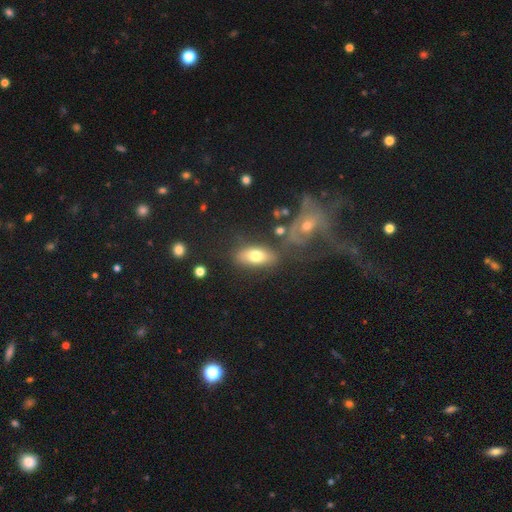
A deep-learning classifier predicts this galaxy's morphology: type=smooth (68%); roundness=in between (86%); merging=none (64%).